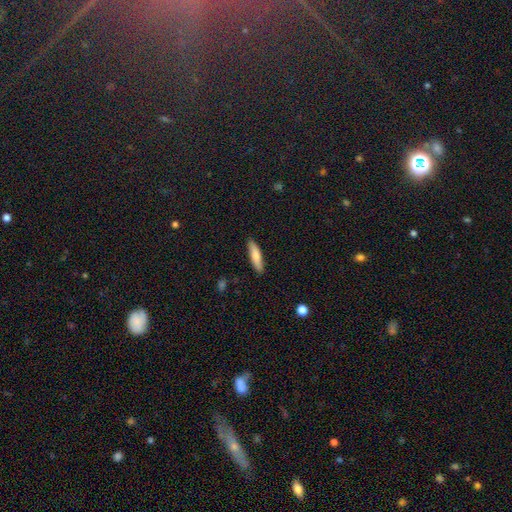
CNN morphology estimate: Smooth or featured: smooth — 78% (featured or disk — 16%)
How rounded: cigar-shaped — 77% (in between — 21%)
Merging: none — 89% (minor disturbance — 8%)